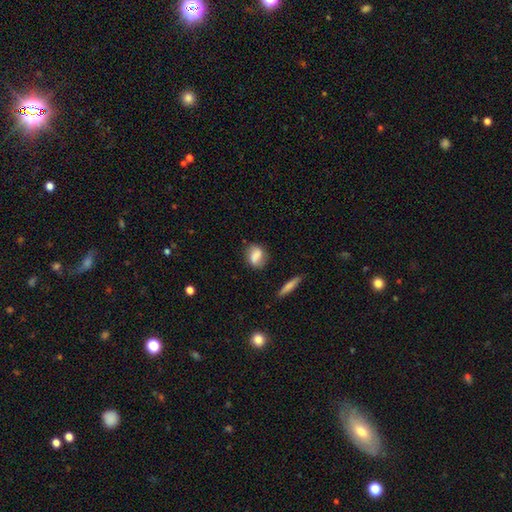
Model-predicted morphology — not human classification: The model was most divided on "how rounded": in between: 54%, round: 40%, cigar-shaped: 5%. More confident: smooth or featured — smooth (72%); merging — none (68%).